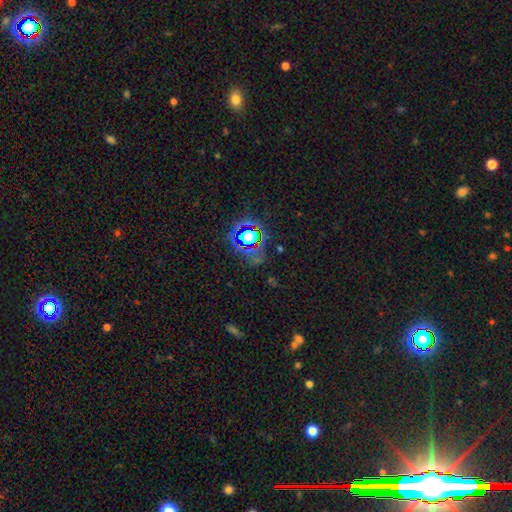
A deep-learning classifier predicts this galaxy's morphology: Smooth or featured? star or artifact (74%)